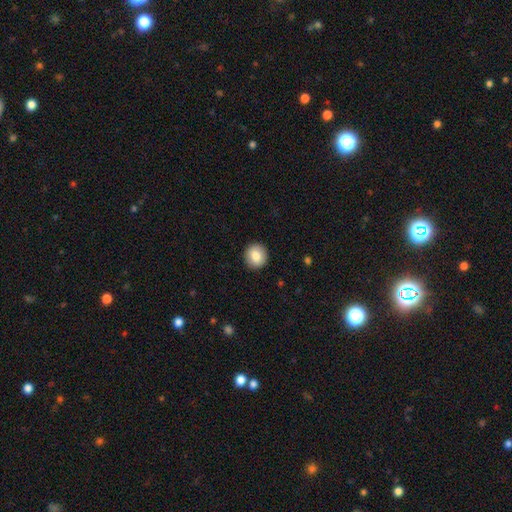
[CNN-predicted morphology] This appears to be a smooth galaxy with no disk features (84%) that is round (90%). Merging: none (92%).